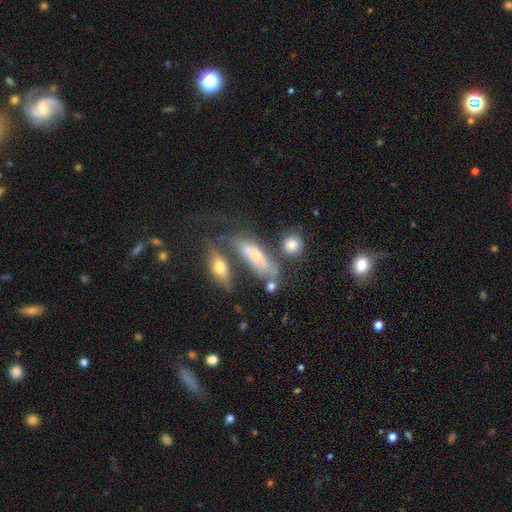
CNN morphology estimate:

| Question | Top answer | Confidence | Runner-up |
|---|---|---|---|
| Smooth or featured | smooth | 46% | featured or disk (45%) |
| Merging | none | 35% | merger (33%) |